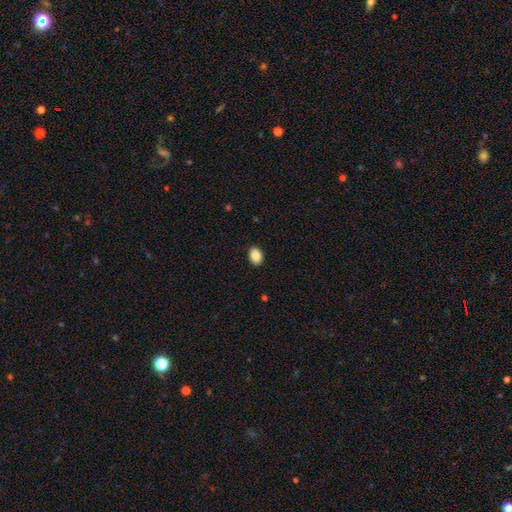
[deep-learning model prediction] smooth-or-featured: smooth: 86% | star or artifact: 8% | featured or disk: 6%
  how-rounded: in between: 78% | round: 21% | cigar-shaped: 1%
  merging: none: 90% | minor disturbance: 7% | major disturbance: 2% | merger: 1%